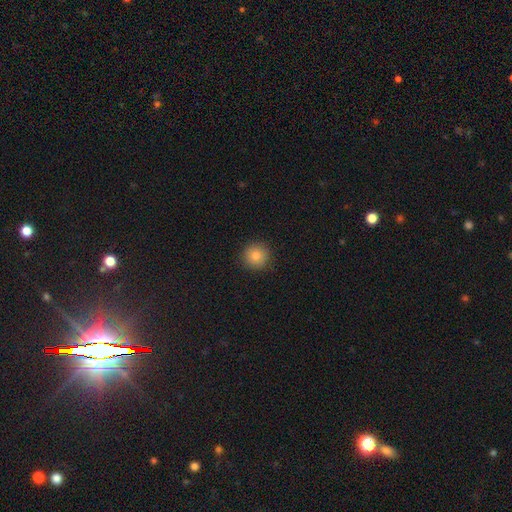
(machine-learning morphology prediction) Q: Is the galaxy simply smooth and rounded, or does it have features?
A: smooth — 84%.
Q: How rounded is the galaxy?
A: round — 95%.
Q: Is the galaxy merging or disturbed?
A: none — 91%.